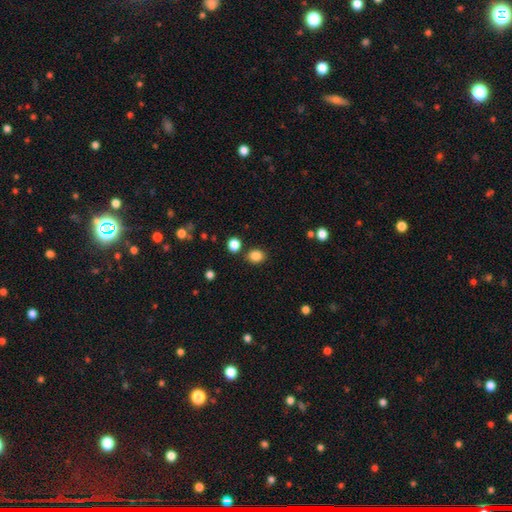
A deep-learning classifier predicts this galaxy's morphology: type=smooth (85%); roundness=in between (52%); merging=none (82%).